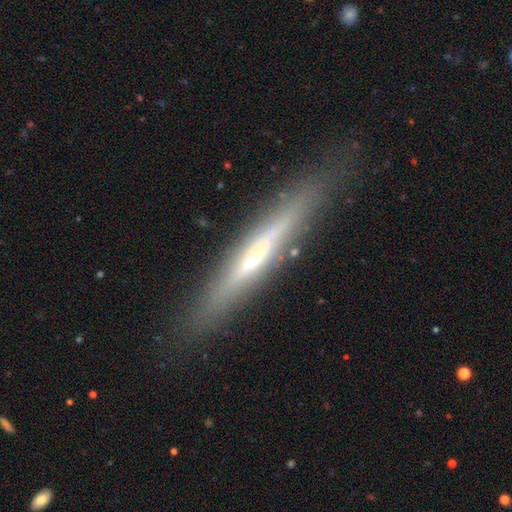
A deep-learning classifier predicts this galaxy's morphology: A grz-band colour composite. It shows a featured or disk galaxy (65%) viewed edge-on (93%) with a rounded central bulge (48%). Merging: none (84%).